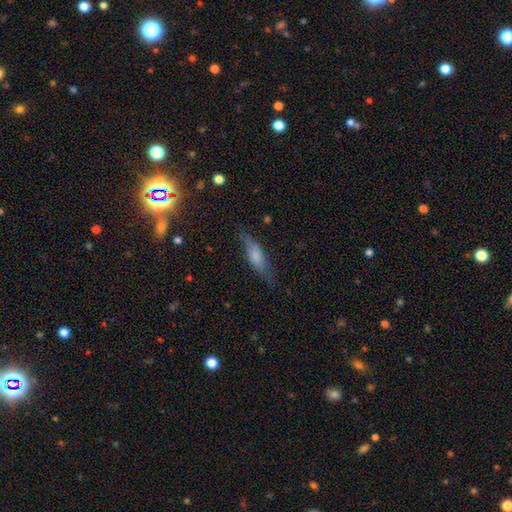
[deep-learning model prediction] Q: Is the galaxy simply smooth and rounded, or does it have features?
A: smooth — 63%.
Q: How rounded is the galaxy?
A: cigar-shaped — 52%.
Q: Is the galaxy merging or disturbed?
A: none — 69%.